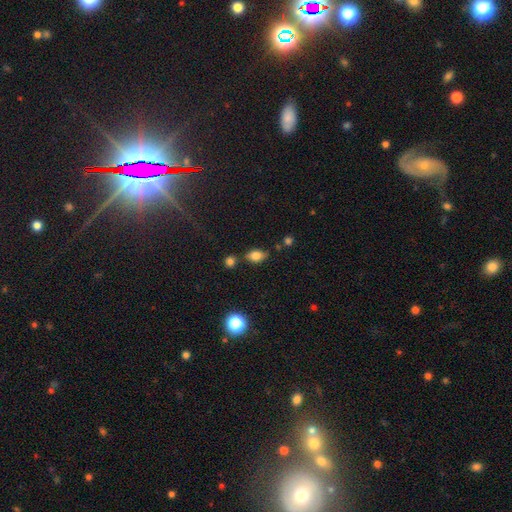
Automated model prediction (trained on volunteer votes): This appears to be a smooth galaxy with no disk features (79%) that is in between round and cigar-shaped (83%). Merging: none (71%).